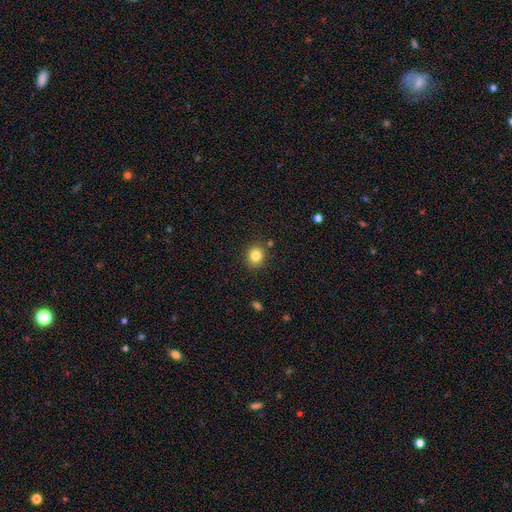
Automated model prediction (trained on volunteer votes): The model was most divided on "how rounded": round: 79%, in between: 20%, cigar-shaped: 1%. More confident: merging — none (86%); smooth or featured — smooth (83%).